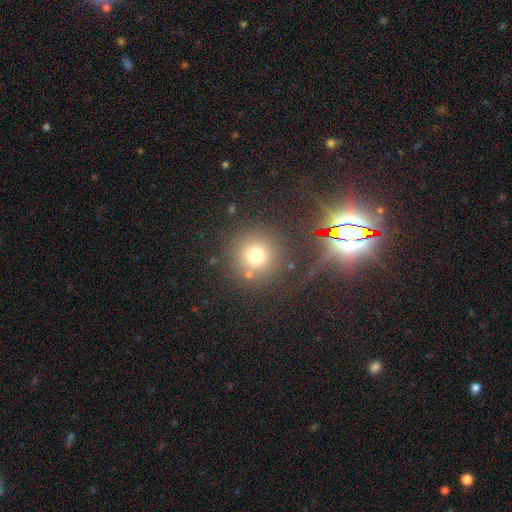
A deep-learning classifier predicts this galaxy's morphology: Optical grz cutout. It shows a smooth galaxy with no disk features (68%) that is round (95%). Merging: none (82%).